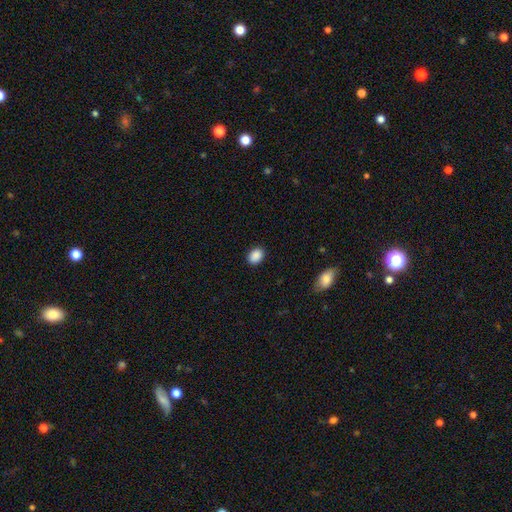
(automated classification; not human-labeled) This is clearly a smooth galaxy (89%). How rounded: likely in between (70%). Merging: clearly none (89%).